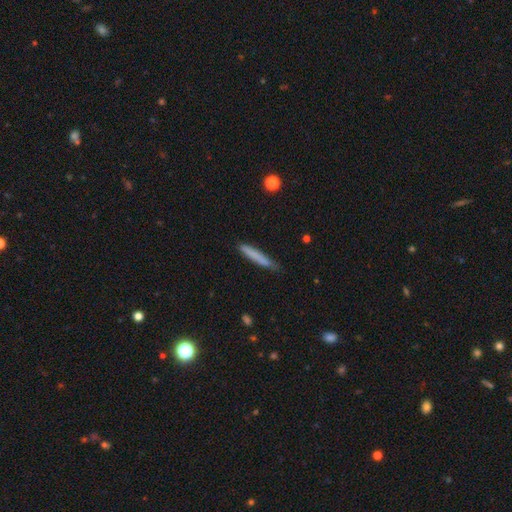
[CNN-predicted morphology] smooth_or_featured: smooth (p=0.76) [alt: featured or disk p=0.18]
how_rounded: cigar-shaped (p=0.95) [alt: in between p=0.04]
merging: none (p=0.80) [alt: minor disturbance p=0.16]